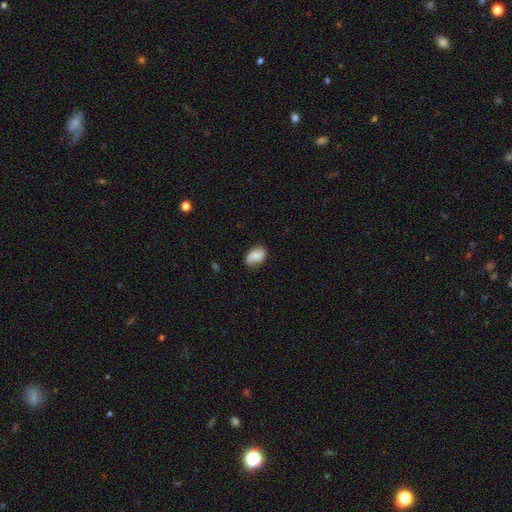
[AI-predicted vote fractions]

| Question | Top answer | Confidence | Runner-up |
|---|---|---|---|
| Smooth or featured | smooth | 63% | featured or disk (28%) |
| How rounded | in between | 83% | round (16%) |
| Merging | none | 56% | minor disturbance (31%) |